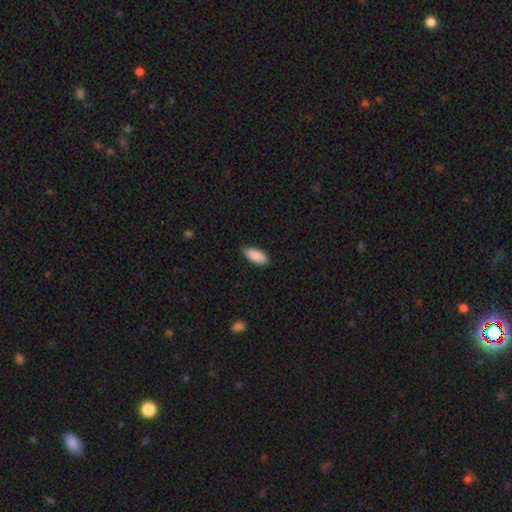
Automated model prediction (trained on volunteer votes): smooth_or_featured: smooth (p=0.90) [alt: star or artifact p=0.06]
how_rounded: in between (p=0.85) [alt: cigar-shaped p=0.14]
merging: none (p=0.85) [alt: minor disturbance p=0.12]